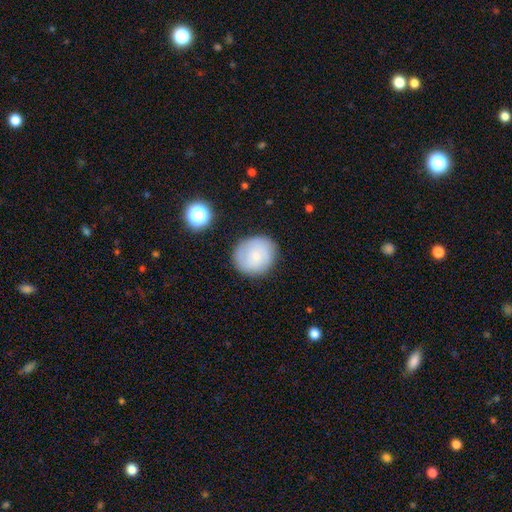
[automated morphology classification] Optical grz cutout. It shows a smooth galaxy with no disk features (65%) that is round (82%). Merging: none (81%).